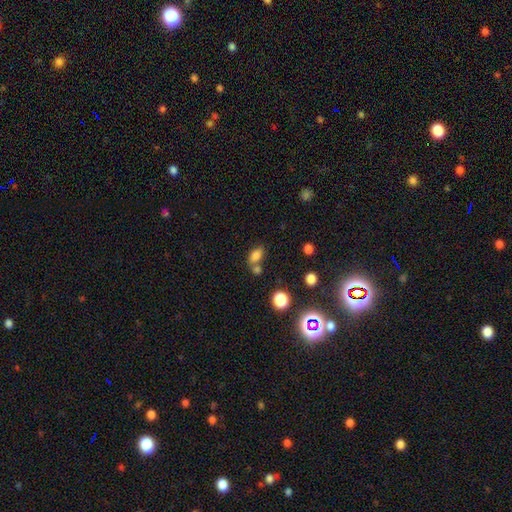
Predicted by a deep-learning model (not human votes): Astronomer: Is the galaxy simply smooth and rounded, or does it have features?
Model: smooth — 79%.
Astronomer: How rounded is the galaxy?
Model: in between — 80%.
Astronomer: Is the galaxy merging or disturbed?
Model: none — 49% (runner-up: merger, 33%).